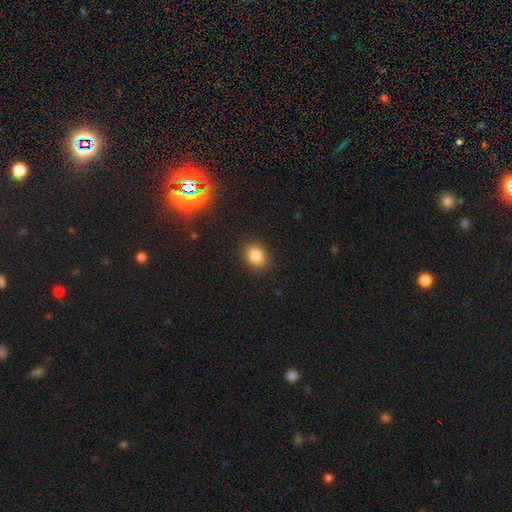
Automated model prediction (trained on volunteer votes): Q: Smooth or featured?
A: smooth (84%); runner-up: star or artifact (10%)
Q: How rounded?
A: round (53%); runner-up: in between (47%)
Q: Merging?
A: none (89%); runner-up: minor disturbance (8%)